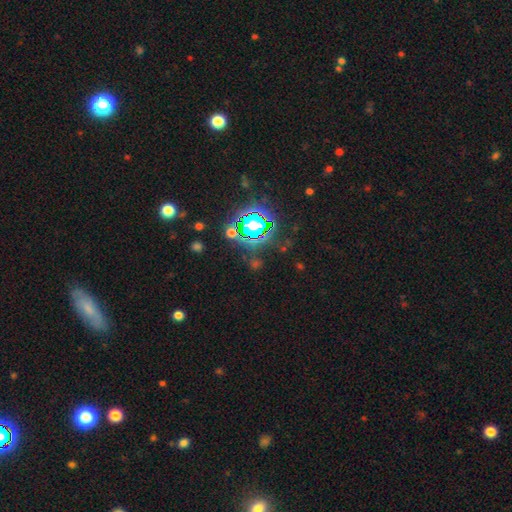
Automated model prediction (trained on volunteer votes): A star or artifact, not a galaxy (80%).

Vote fractions:
- Smooth or featured? star or artifact: 80% / smooth: 12% / featured or disk: 8%